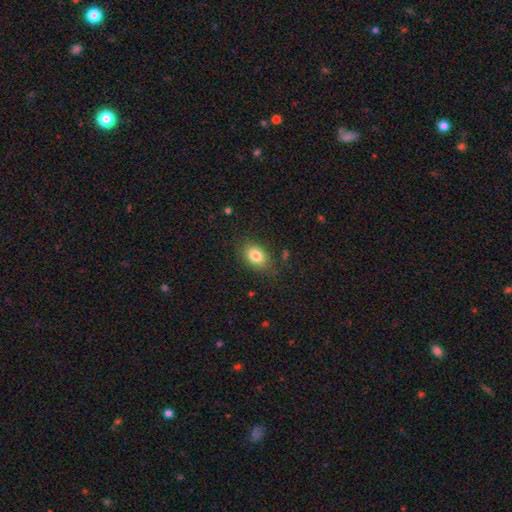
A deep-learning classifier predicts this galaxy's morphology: smooth-or-featured: smooth: 82% | star or artifact: 9% | featured or disk: 9%
  how-rounded: in between: 78% | round: 20% | cigar-shaped: 1%
  merging: none: 81% | minor disturbance: 14% | major disturbance: 4% | merger: 1%